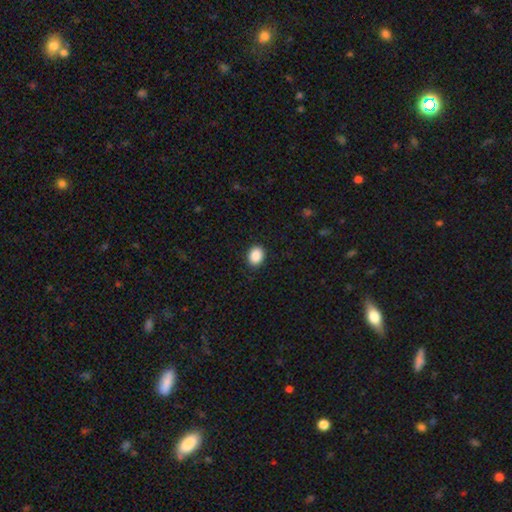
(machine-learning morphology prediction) Q: Smooth or featured?
A: smooth (89%); runner-up: star or artifact (8%)
Q: How rounded?
A: in between (54%); runner-up: round (45%)
Q: Merging?
A: none (90%); runner-up: minor disturbance (7%)